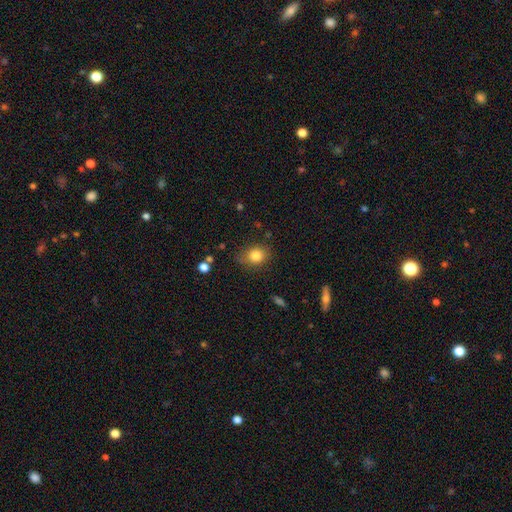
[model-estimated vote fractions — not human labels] Smooth or featured?
  - smooth: 81% *
  - star or artifact: 11%
  - featured or disk: 8%
How rounded?
  - round: 60% *
  - in between: 39%
  - cigar-shaped: 1%
Merging?
  - none: 75% *
  - minor disturbance: 19%
  - major disturbance: 5%
  - merger: 2%